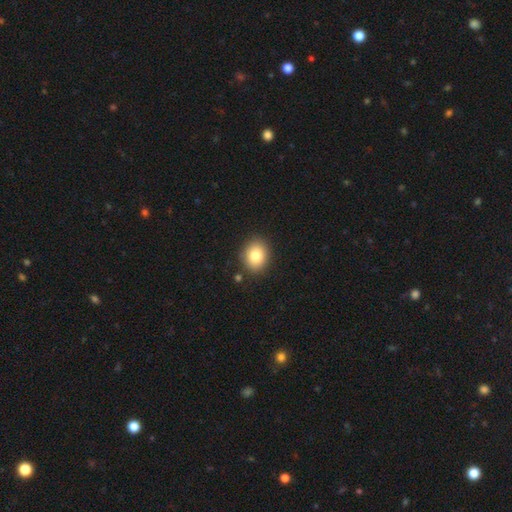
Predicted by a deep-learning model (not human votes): This is clearly a smooth galaxy (81%). How rounded: possibly round (57%). Merging: clearly none (87%).